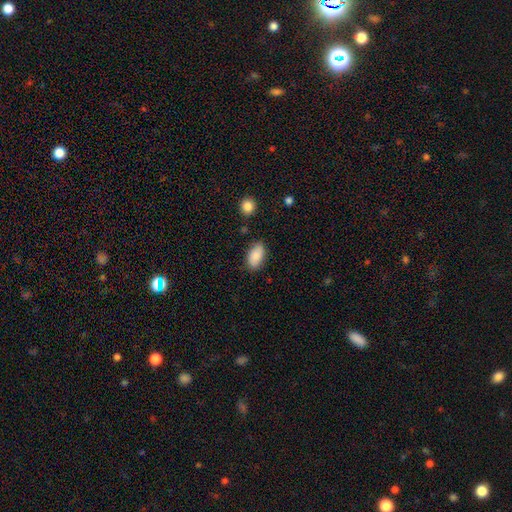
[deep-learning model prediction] Smooth or featured? Predicted: smooth (p=0.86). How rounded? Predicted: in between (p=0.93). Merging? Predicted: none (p=0.82).